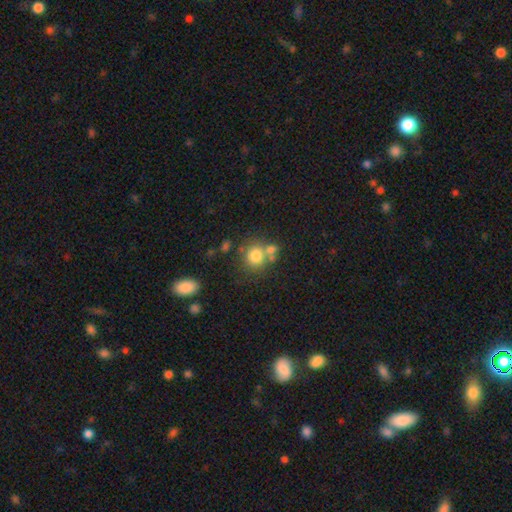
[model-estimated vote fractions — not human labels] Smooth or featured? Predicted: smooth (p=0.77). How rounded? Predicted: round (p=0.83). Merging? Predicted: none (p=0.55).